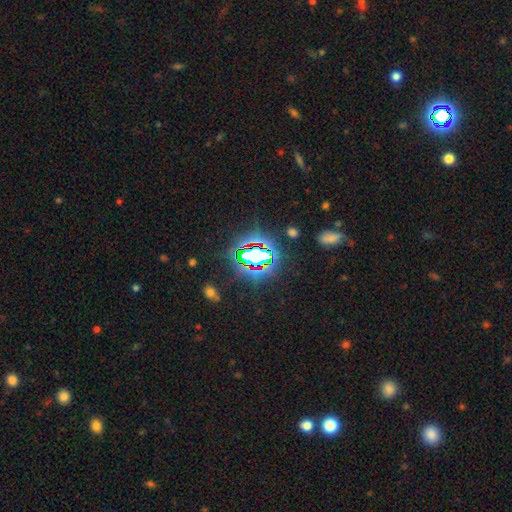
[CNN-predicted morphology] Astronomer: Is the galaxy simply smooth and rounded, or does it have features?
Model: star or artifact — 74%.